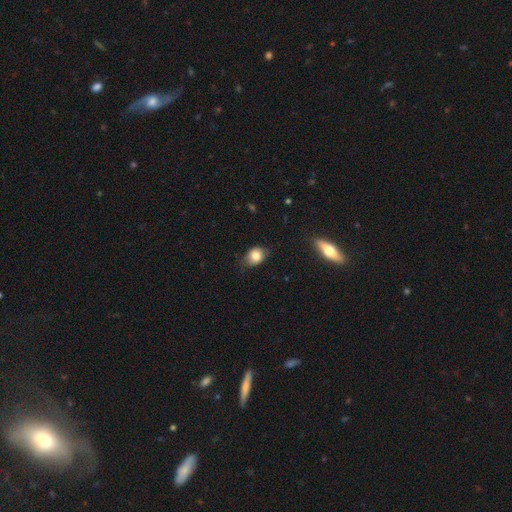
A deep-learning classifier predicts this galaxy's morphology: A smooth galaxy with no disk features (81%) that is in between round and cigar-shaped (61%). Merging: none (67%).